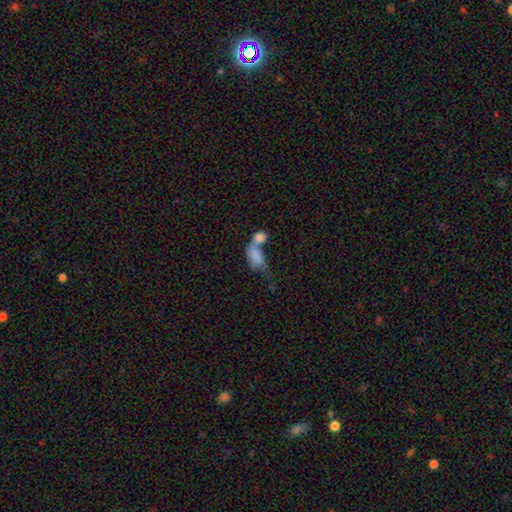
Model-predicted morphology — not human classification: Smooth or featured?
  - smooth: 74% *
  - featured or disk: 18%
  - star or artifact: 8%
How rounded?
  - in between: 83% *
  - round: 13%
  - cigar-shaped: 4%
Merging?
  - merger: 70% *
  - major disturbance: 11%
  - none: 11%
  - minor disturbance: 7%